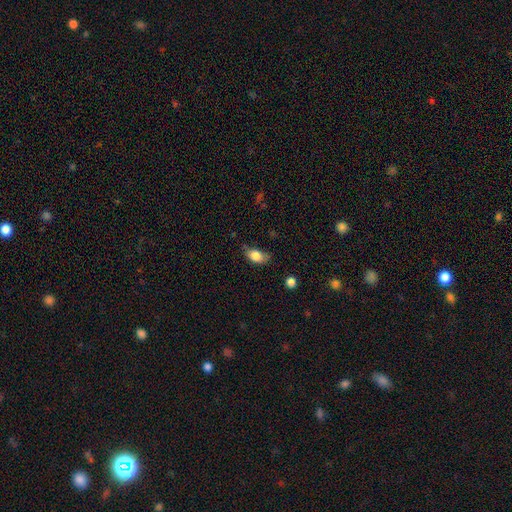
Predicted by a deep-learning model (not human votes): This is clearly a smooth galaxy (83%). How rounded: clearly in between (88%). Merging: possibly none (59%).